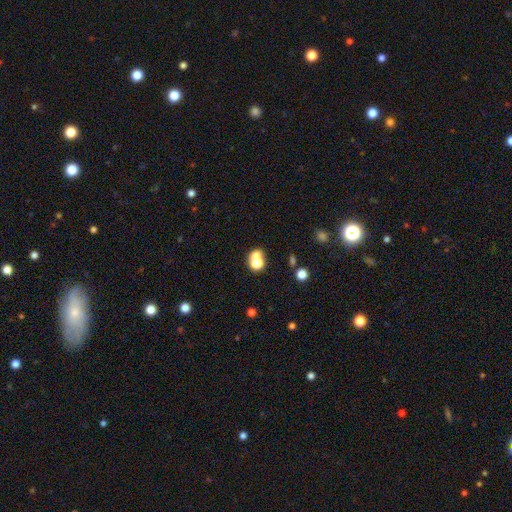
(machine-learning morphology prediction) Smooth or featured? smooth (68%)
How rounded? round (68%)
Merging? merger (49%)